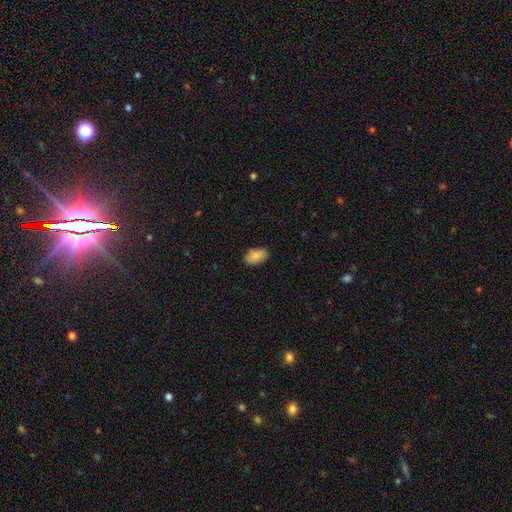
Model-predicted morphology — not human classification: Smooth or featured?
  - smooth: 88% *
  - star or artifact: 7%
  - featured or disk: 5%
How rounded?
  - in between: 93% *
  - round: 5%
  - cigar-shaped: 2%
Merging?
  - none: 84% *
  - minor disturbance: 12%
  - major disturbance: 2%
  - merger: 1%